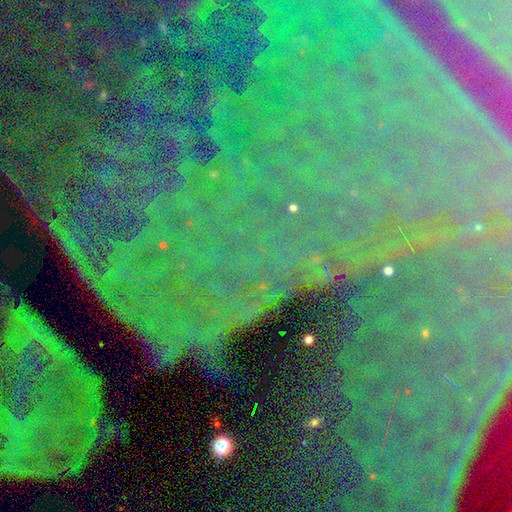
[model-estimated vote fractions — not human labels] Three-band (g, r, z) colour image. It shows a star or artifact, not a galaxy (84%).